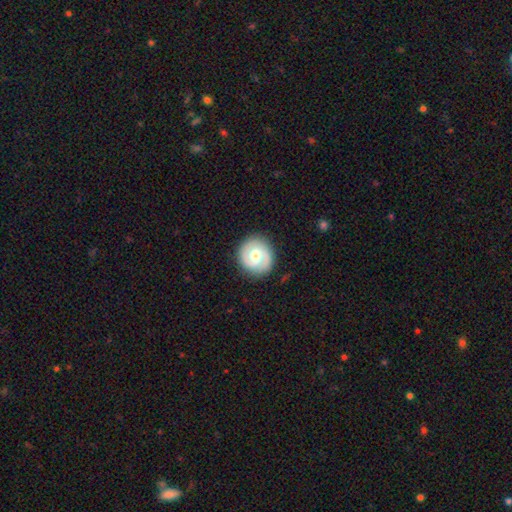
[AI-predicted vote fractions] The model was most divided on "smooth or featured": featured or disk: 60%, smooth: 34%, star or artifact: 5%. More confident: edge-on disk — no (97%); merging — none (87%); bulge size — moderate (68%); spiral arms — yes (66%); bar — no (59%).